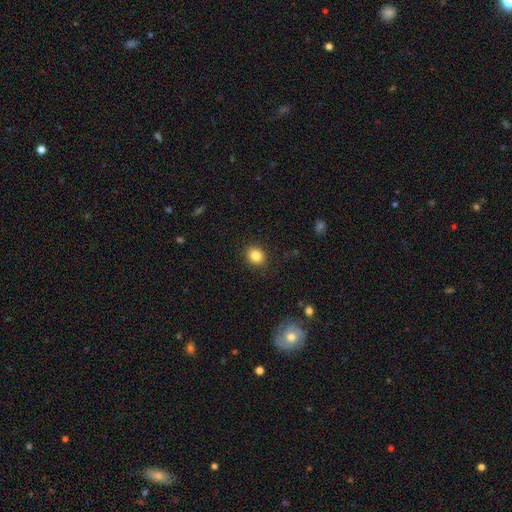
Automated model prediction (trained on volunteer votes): Smooth or featured? smooth (84%)
How rounded? round (73%)
Merging? none (90%)